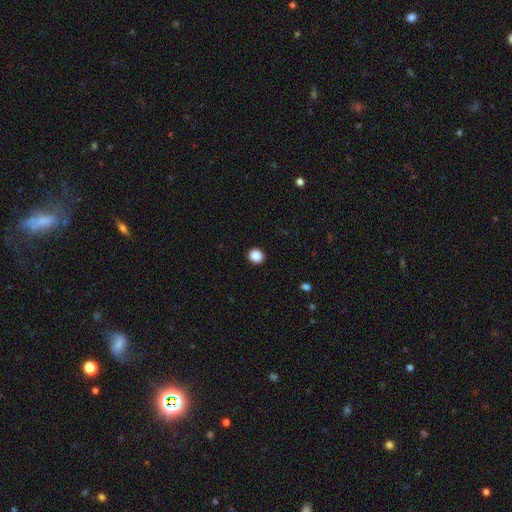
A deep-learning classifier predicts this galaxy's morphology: smooth 88%, star or artifact 9%, featured or disk 2%. Down the decision tree: how rounded — round (83%); merging — none (92%).